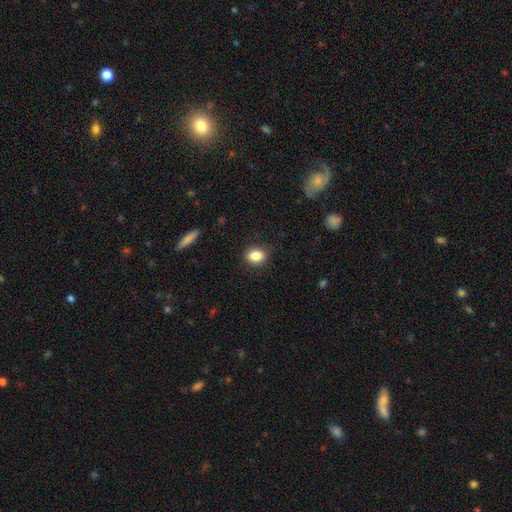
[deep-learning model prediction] A smooth galaxy with no disk features (85%) that is in between round and cigar-shaped (59%).

Vote fractions:
- Smooth or featured? smooth: 85% / star or artifact: 9% / featured or disk: 6%
- How rounded? in between: 59% / round: 39% / cigar-shaped: 1%
- Merging? none: 83% / minor disturbance: 13% / major disturbance: 3% / merger: 1%